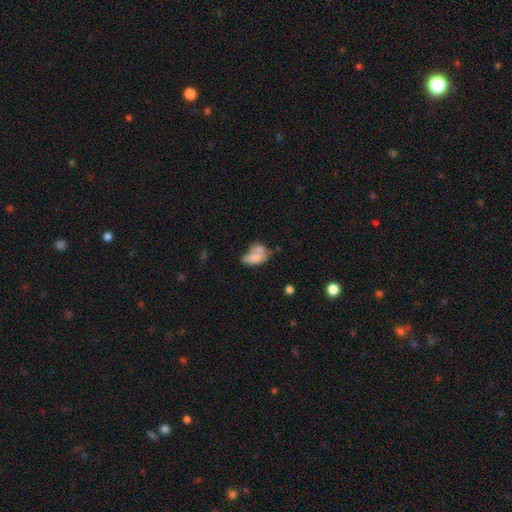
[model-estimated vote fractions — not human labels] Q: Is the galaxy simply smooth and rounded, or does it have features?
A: smooth — 70%.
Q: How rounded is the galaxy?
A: in between — 84%.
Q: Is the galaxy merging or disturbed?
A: merger — 50%.